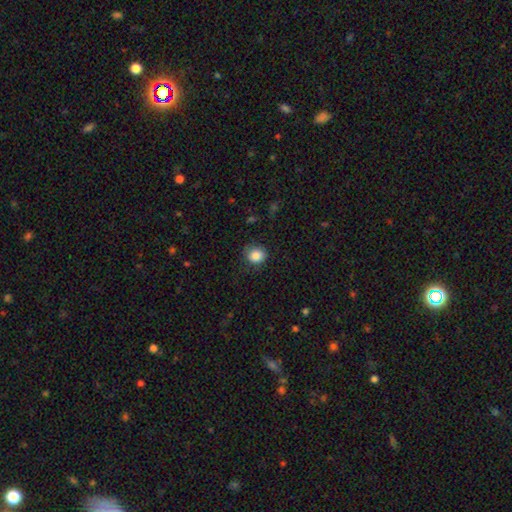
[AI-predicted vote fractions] A smooth galaxy with no disk features (86%) that is round (78%). Merging: none (77%).